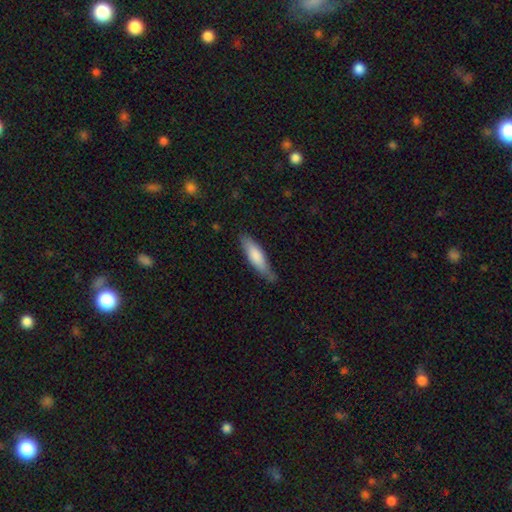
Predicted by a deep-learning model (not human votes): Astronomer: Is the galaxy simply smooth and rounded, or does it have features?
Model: smooth — 76%.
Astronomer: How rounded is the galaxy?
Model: cigar-shaped — 64%.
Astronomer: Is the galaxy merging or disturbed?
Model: none — 72%.